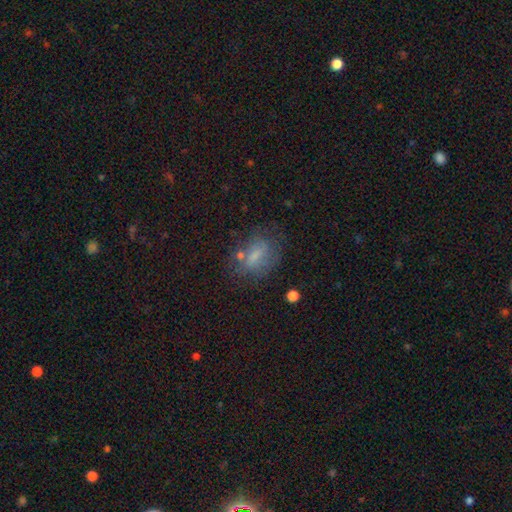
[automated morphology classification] Smooth or featured? smooth (58%)
How rounded? in between (73%)
Merging? none (58%)